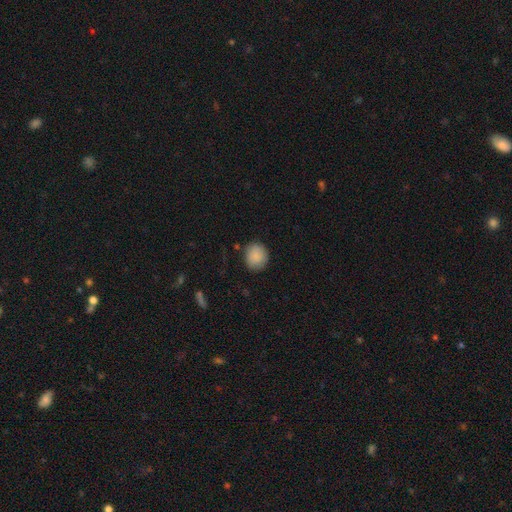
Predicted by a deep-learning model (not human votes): Smooth or featured? smooth (88%)
How rounded? round (78%)
Merging? none (82%)